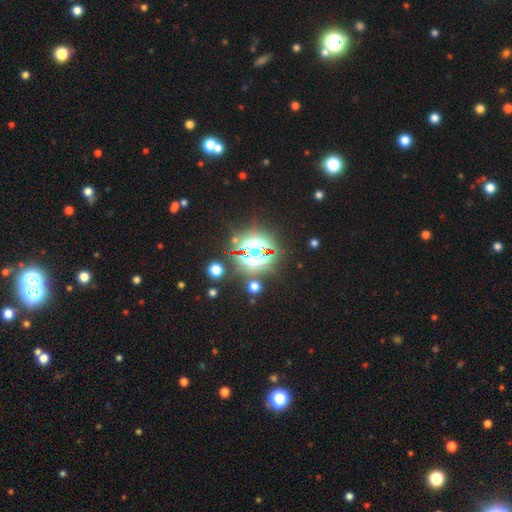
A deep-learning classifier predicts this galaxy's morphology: type=star or artifact (85%).